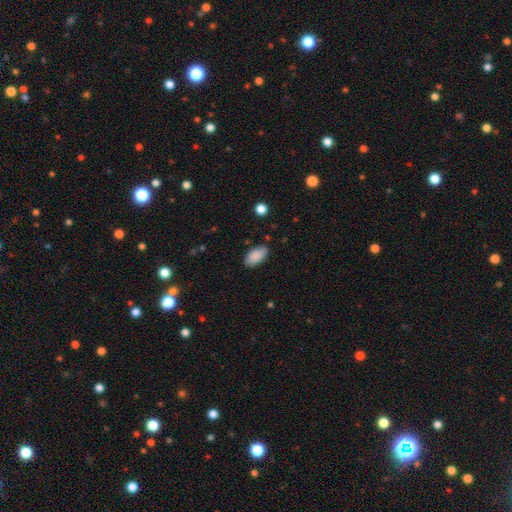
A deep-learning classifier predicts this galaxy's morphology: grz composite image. It shows a smooth galaxy with no disk features (89%) that is in between round and cigar-shaped (94%). Merging: none (84%).